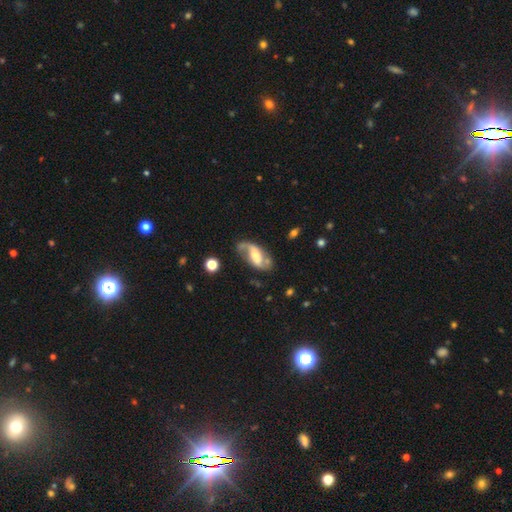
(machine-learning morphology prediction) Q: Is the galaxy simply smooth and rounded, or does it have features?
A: featured or disk — 79%.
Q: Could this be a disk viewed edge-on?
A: no — 94%.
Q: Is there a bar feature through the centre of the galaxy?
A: weak — 39%.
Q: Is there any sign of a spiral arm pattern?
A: yes — 91%.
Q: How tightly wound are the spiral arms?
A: loose — 56%.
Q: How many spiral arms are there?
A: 2 — 80%.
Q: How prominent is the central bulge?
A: moderate — 53%.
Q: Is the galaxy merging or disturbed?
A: none — 59%.